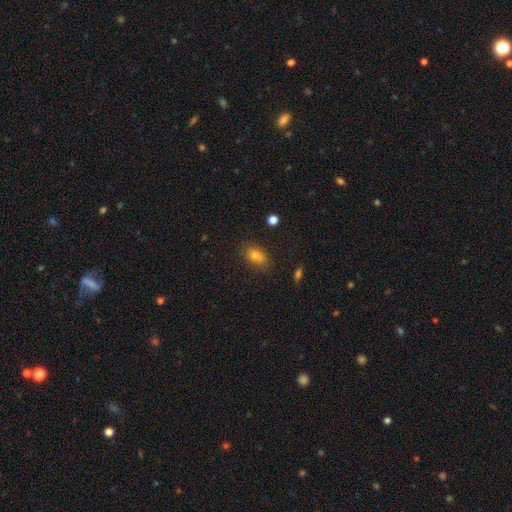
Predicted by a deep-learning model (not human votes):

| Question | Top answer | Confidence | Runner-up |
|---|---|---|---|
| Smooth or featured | smooth | 81% | star or artifact (10%) |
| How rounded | in between | 84% | round (13%) |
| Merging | none | 84% | minor disturbance (11%) |